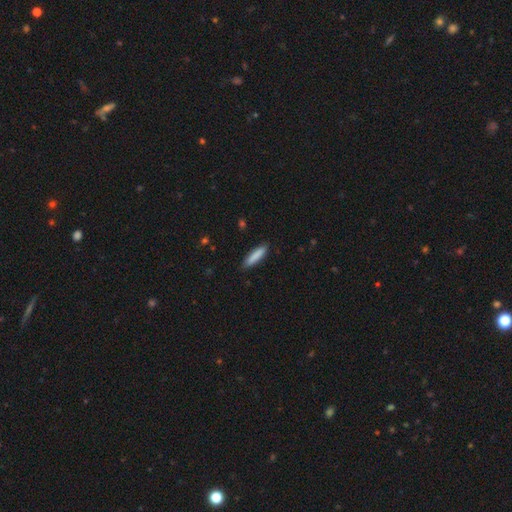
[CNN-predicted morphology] type=smooth (86%); roundness=cigar-shaped (80%); merging=none (88%).